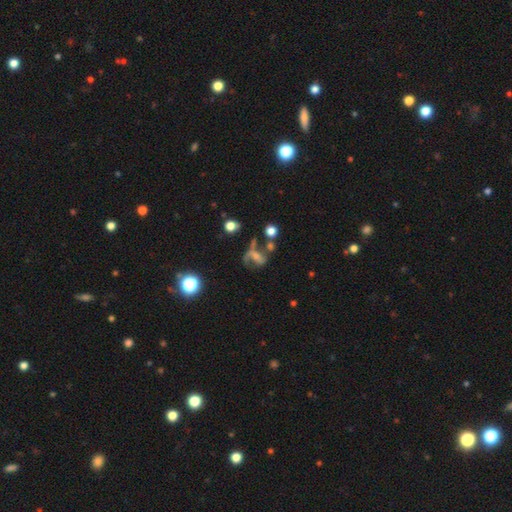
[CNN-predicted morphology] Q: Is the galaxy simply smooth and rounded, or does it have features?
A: featured or disk — 51%.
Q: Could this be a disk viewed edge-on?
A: no — 94%.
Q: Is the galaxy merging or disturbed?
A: none — 34%.